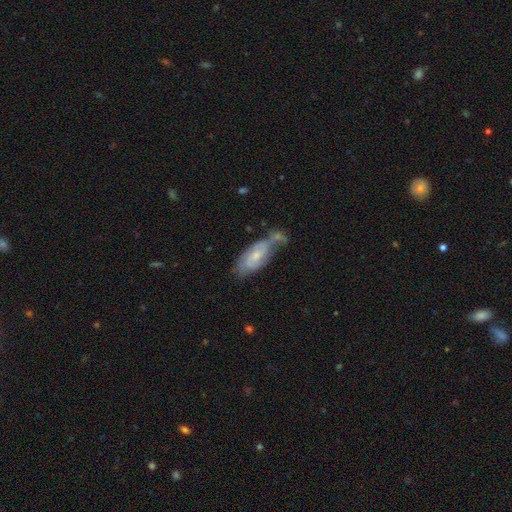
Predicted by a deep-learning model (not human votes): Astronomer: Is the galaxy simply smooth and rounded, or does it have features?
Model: featured or disk — 58% (runner-up: smooth, 35%).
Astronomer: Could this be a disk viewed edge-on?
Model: no — 88%.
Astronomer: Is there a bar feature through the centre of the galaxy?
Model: no — 62%.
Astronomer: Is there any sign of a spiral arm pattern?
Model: yes — 71%.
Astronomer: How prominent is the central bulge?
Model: small — 49% (runner-up: moderate, 41%).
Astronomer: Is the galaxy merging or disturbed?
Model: none — 31% (runner-up: minor disturbance, 28%).